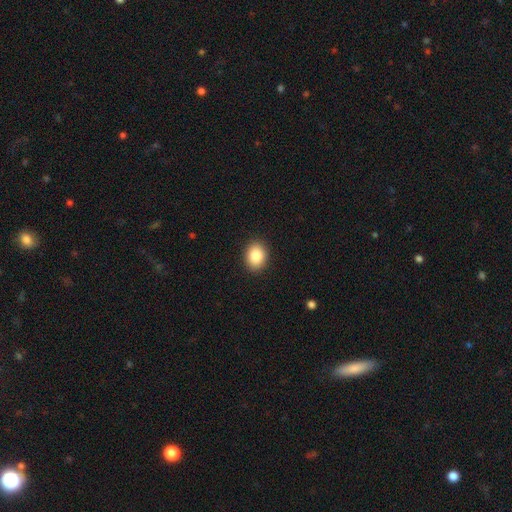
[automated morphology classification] This is clearly a smooth galaxy (87%). How rounded: likely in between (61%). Merging: clearly none (90%).